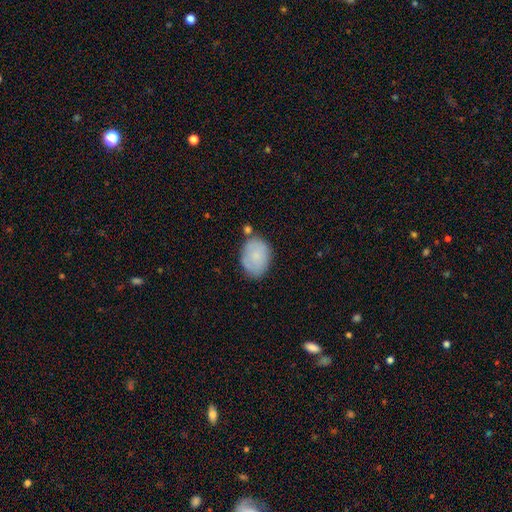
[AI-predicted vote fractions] Smooth or featured? smooth (74%)
How rounded? in between (79%)
Merging? none (65%)